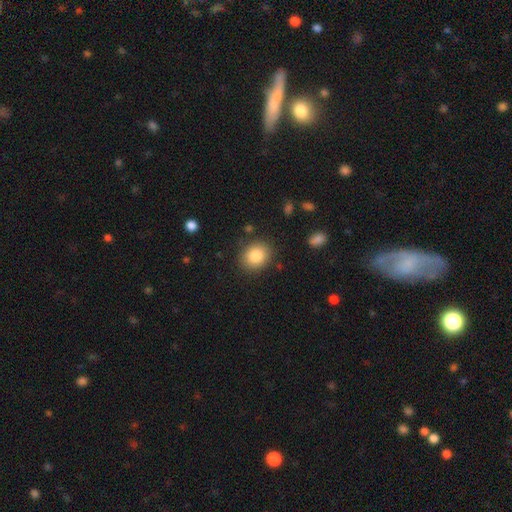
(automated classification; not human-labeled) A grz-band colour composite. It shows a smooth galaxy with no disk features (83%) that is round (59%). Merging: none (86%).